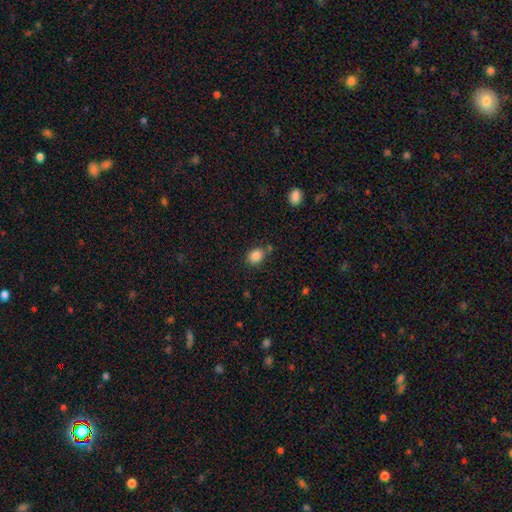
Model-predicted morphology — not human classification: Smooth or featured? smooth (86%)
How rounded? in between (50%)
Merging? none (74%)